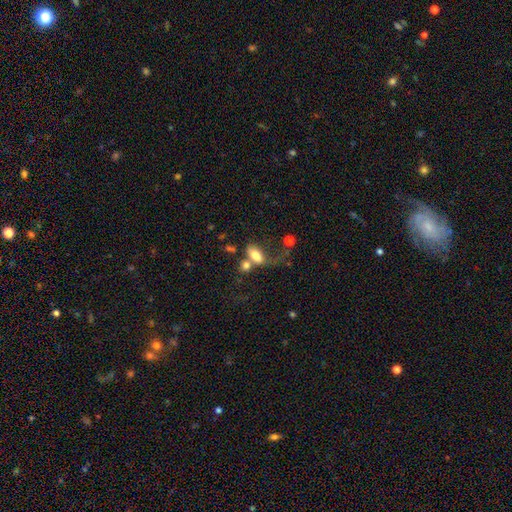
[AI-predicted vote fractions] A smooth galaxy with no disk features (73%) that is in between round and cigar-shaped (86%).

Vote fractions:
- Smooth or featured? smooth: 73% / featured or disk: 17% / star or artifact: 10%
- How rounded? in between: 86% / round: 8% / cigar-shaped: 6%
- Merging? merger: 43% / major disturbance: 24% / none: 21% / minor disturbance: 12%